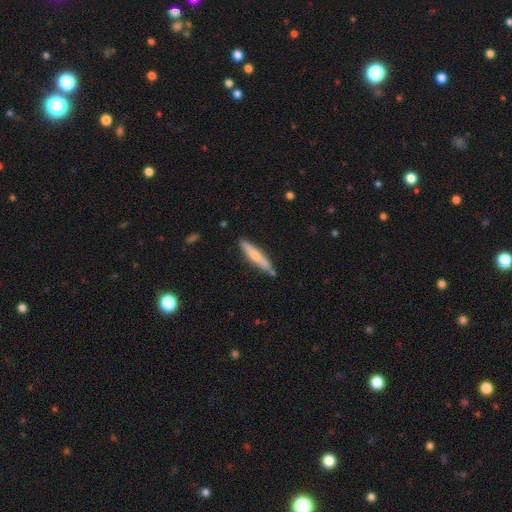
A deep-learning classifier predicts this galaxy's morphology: Smooth or featured: smooth — 58% (featured or disk — 36%)
How rounded: cigar-shaped — 90% (in between — 8%)
Merging: none — 81% (minor disturbance — 12%)